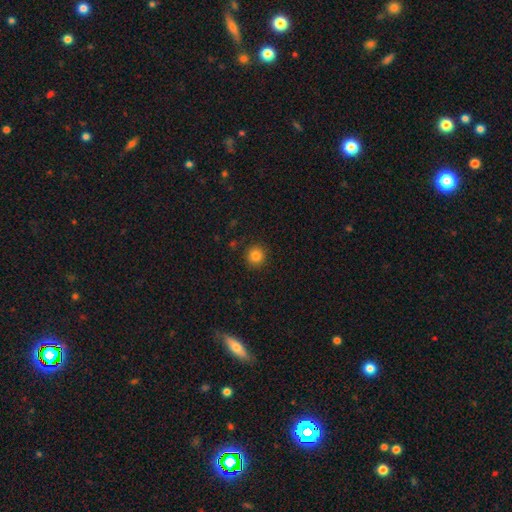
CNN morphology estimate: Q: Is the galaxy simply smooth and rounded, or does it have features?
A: smooth — 84%.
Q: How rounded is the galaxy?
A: round — 93%.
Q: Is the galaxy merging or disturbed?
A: none — 91%.